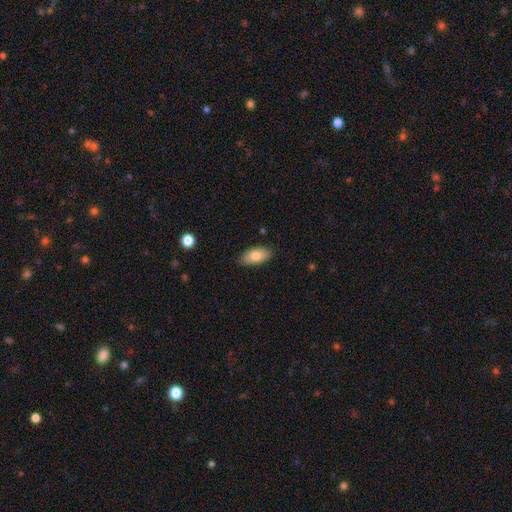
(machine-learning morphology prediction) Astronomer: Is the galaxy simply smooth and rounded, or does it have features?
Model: smooth — 79%.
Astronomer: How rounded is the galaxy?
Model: in between — 93%.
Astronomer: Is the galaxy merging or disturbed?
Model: none — 85%.